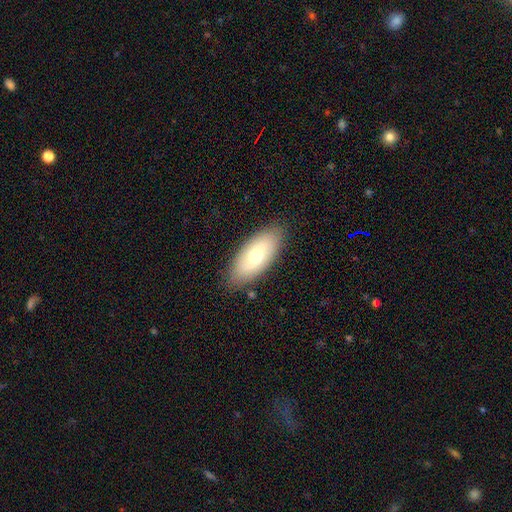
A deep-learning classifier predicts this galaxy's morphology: This is likely a smooth galaxy (65%). How rounded: clearly in between (86%). Merging: clearly none (88%).